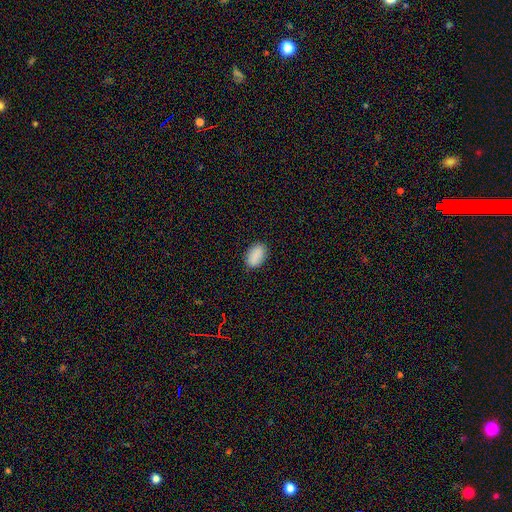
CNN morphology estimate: Smooth or featured? Predicted: smooth (p=0.89). How rounded? Predicted: in between (p=0.91). Merging? Predicted: none (p=0.87).